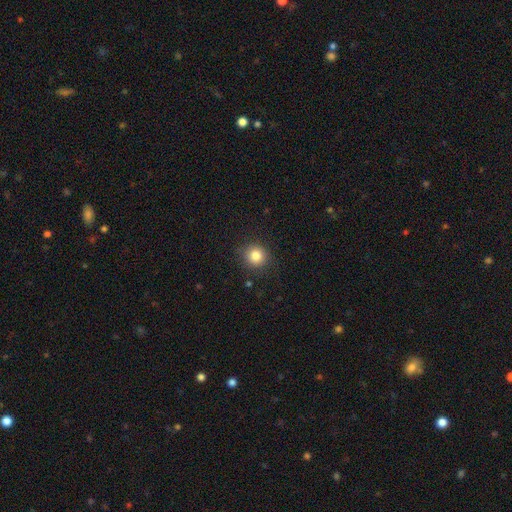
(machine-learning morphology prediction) smooth_or_featured: smooth (p=0.84) [alt: star or artifact p=0.11]
how_rounded: round (p=0.91) [alt: in between p=0.08]
merging: none (p=0.88) [alt: minor disturbance p=0.08]